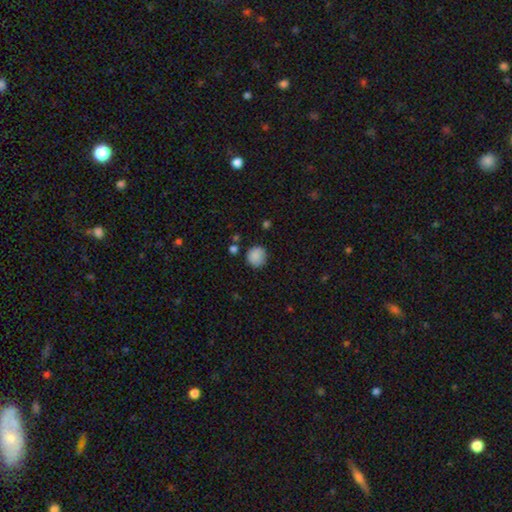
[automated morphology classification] A smooth galaxy with no disk features (87%) that is round (89%). Merging: none (80%).